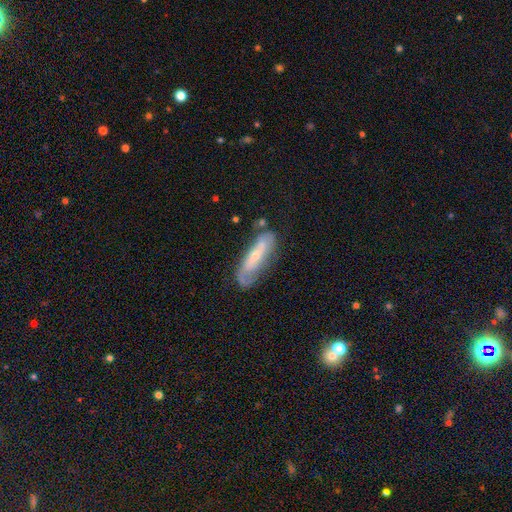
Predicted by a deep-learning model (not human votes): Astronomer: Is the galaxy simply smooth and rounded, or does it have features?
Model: featured or disk — 59%.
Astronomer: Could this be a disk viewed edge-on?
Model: no — 73%.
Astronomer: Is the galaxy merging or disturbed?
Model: none — 57%.